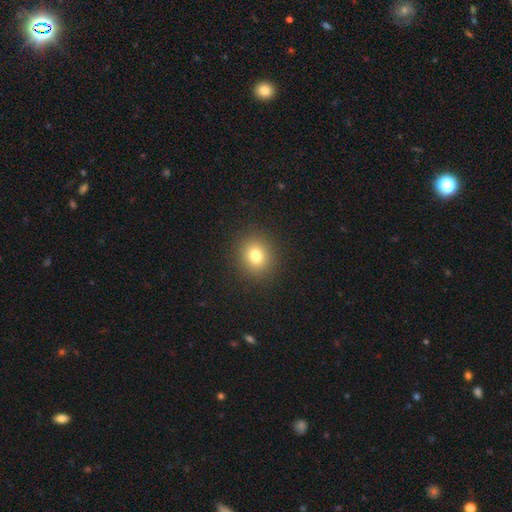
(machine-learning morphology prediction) This appears to be a smooth galaxy with no disk features (79%) that is round (77%). Merging: none (91%).